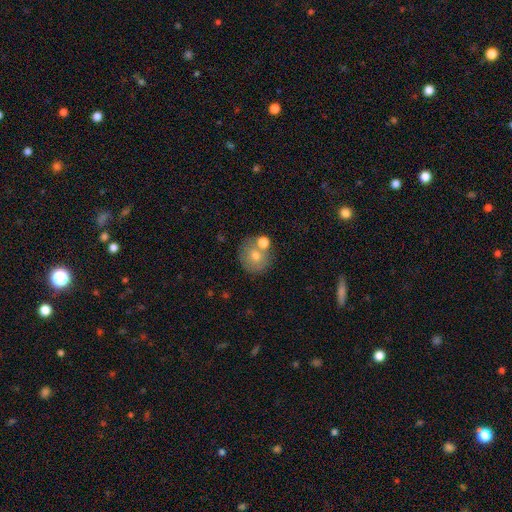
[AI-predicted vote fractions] smooth 70%, featured or disk 20%, star or artifact 11%. Down the decision tree: how rounded — round (87%); merging — none (62%).